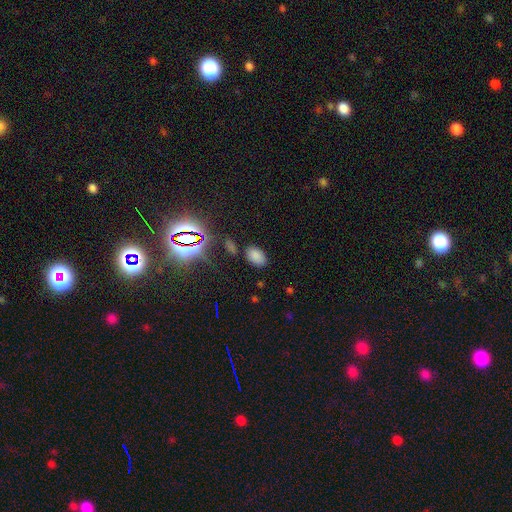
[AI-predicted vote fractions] Q: Smooth or featured?
A: smooth (73%); runner-up: star or artifact (21%)
Q: How rounded?
A: in between (91%); runner-up: round (8%)
Q: Merging?
A: none (80%); runner-up: minor disturbance (12%)